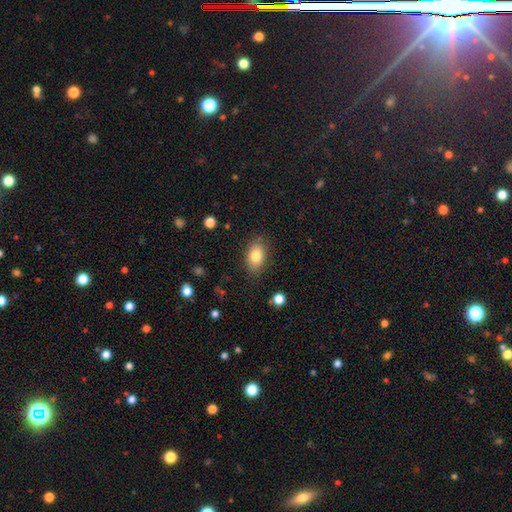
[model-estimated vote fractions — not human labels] Smooth or featured? smooth (80%)
How rounded? in between (85%)
Merging? none (82%)